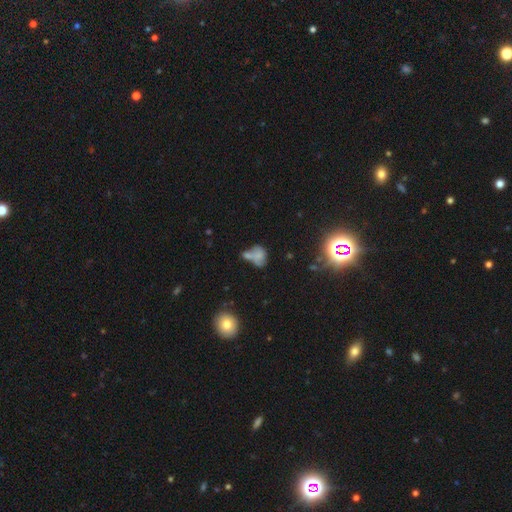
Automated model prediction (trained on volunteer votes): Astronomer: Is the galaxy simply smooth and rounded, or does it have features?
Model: smooth — 61%.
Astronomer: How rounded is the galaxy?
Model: in between — 68%.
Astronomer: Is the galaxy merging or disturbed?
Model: merger — 46% (runner-up: none, 26%).